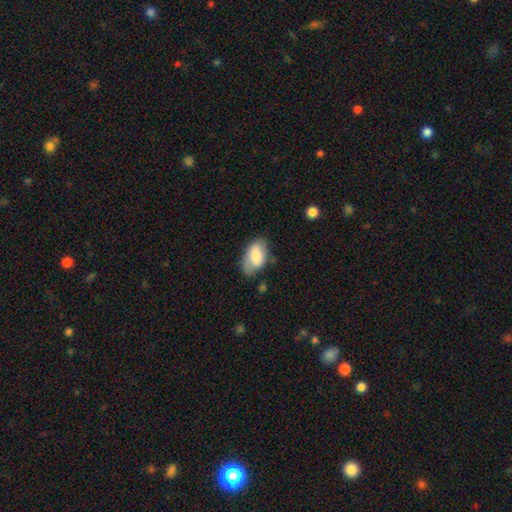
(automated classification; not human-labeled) Smooth or featured? Predicted: smooth (p=0.72). How rounded? Predicted: in between (p=0.92). Merging? Predicted: none (p=0.54).